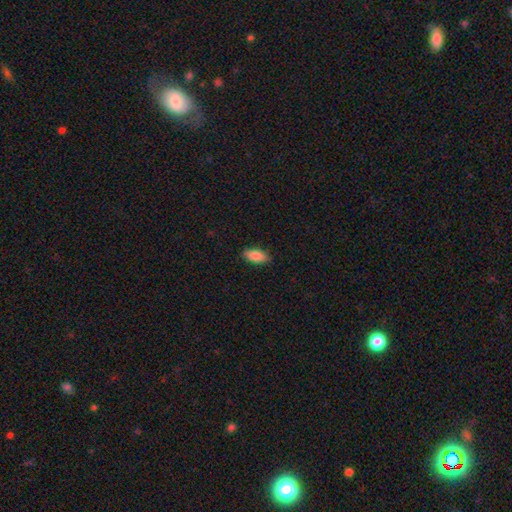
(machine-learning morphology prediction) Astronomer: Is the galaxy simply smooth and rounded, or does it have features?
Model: smooth — 87%.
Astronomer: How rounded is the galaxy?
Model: in between — 87%.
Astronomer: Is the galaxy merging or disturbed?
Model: none — 87%.